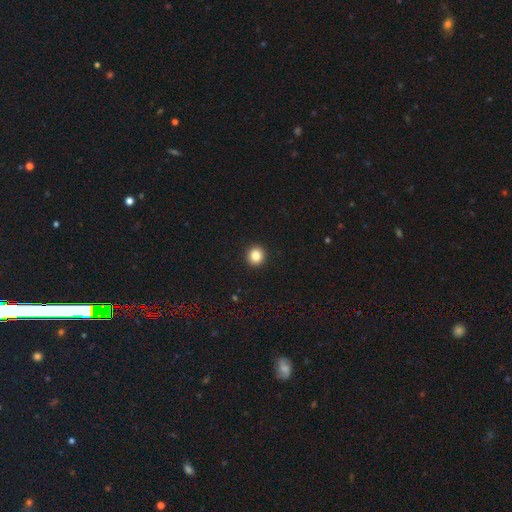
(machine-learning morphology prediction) Q: Smooth or featured?
A: smooth (84%); runner-up: star or artifact (11%)
Q: How rounded?
A: round (93%); runner-up: in between (6%)
Q: Merging?
A: none (94%); runner-up: minor disturbance (4%)